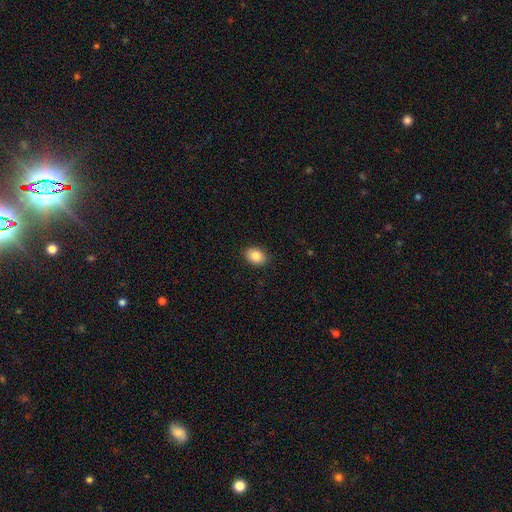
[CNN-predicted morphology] Smooth or featured? Predicted: smooth (p=0.85). How rounded? Predicted: in between (p=0.71). Merging? Predicted: none (p=0.89).